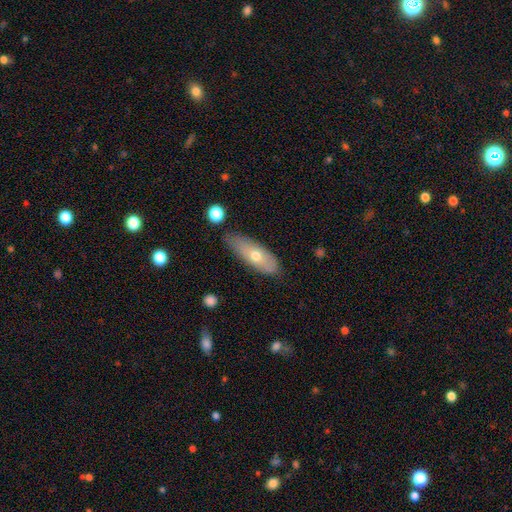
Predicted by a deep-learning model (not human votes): Overall: smooth (58%; featured or disk 35%). How rounded: in between (62%; cigar-shaped 35%). Merging: none (70%).